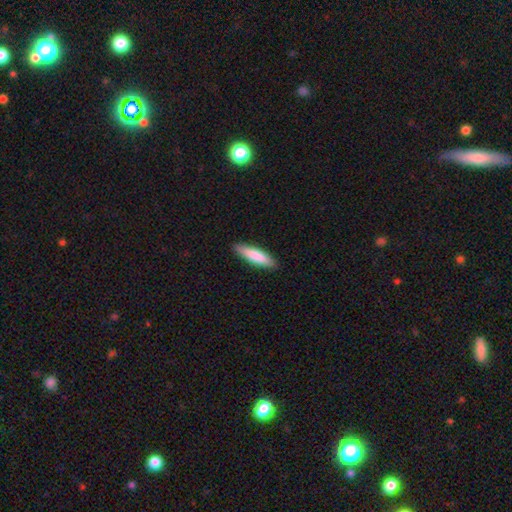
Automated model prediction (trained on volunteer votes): smooth_or_featured: smooth (p=0.82) [alt: featured or disk p=0.13]
how_rounded: cigar-shaped (p=0.73) [alt: in between p=0.26]
merging: none (p=0.89) [alt: minor disturbance p=0.09]